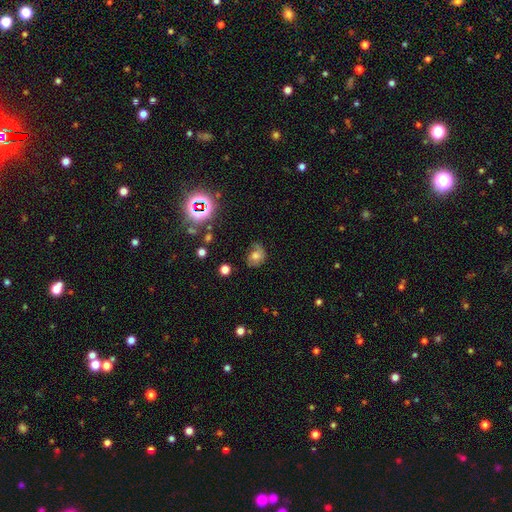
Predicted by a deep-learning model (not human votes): This is possibly a smooth galaxy (57%). How rounded: possibly in between (50%). Merging: possibly none (50%).